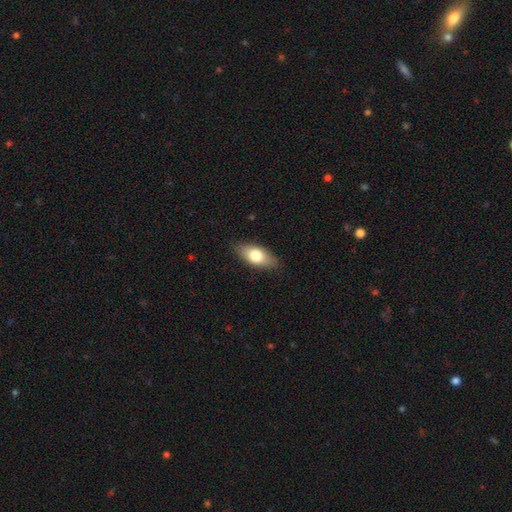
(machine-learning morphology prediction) This appears to be a smooth galaxy with no disk features (73%) that is in between round and cigar-shaped (84%). Merging: none (85%).